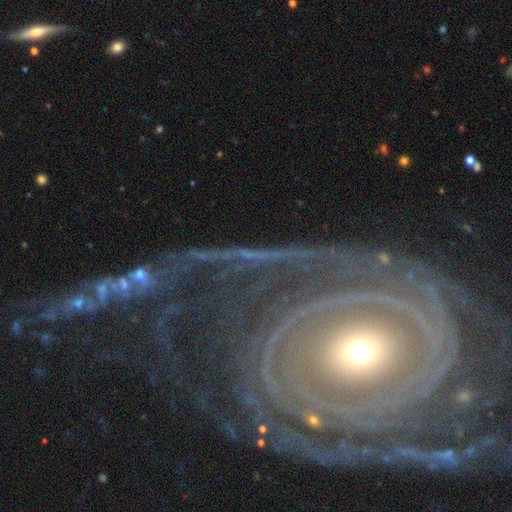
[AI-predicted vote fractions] featured or disk 82%, star or artifact 10%, smooth 8%. Down the decision tree: edge-on disk — no (94%); bar — no (72%); spiral arms — yes (88%); spiral arm count — can't tell (26%); spiral winding — tight (75%); bulge size — moderate (51%); merging — none (70%).